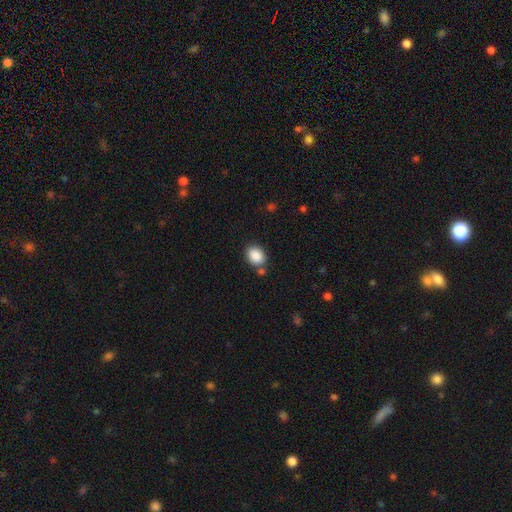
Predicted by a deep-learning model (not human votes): Overall: smooth (88%). How rounded: in between (63%; round 36%). Merging: none (74%).